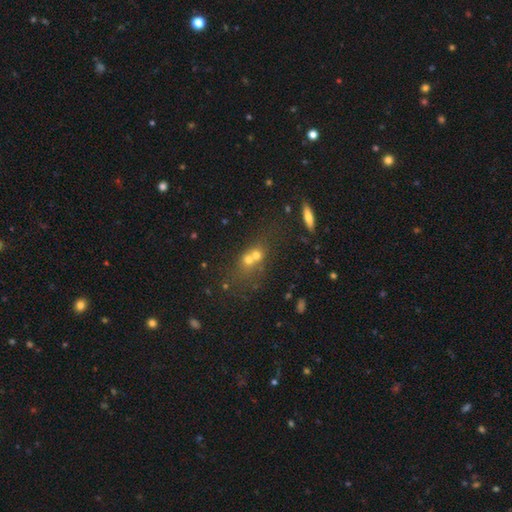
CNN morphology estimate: The model was most divided on "merging": merger: 60%, none: 29%, minor disturbance: 7%, major disturbance: 4%. More confident: how rounded — round (65%); smooth or featured — smooth (55%).